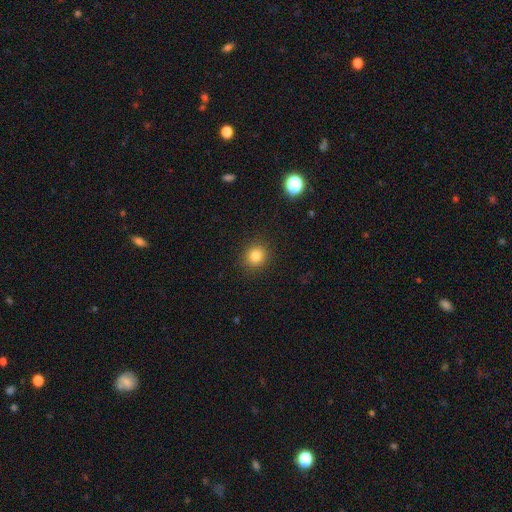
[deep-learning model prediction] Morphology: type=smooth (82%); roundness=round (85%); merging=none (90%).